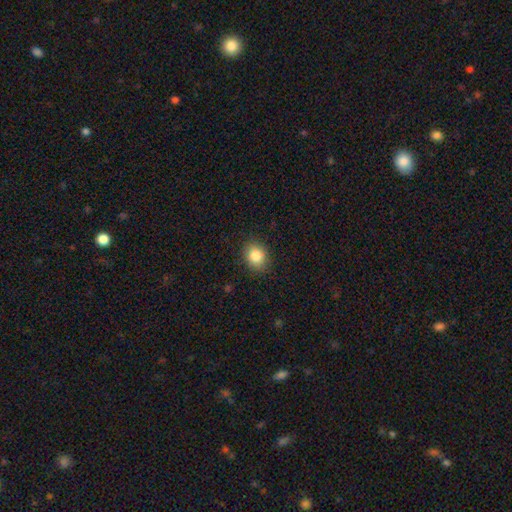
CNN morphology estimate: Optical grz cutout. It shows a smooth galaxy with no disk features (85%) that is round (58%). Merging: none (87%).